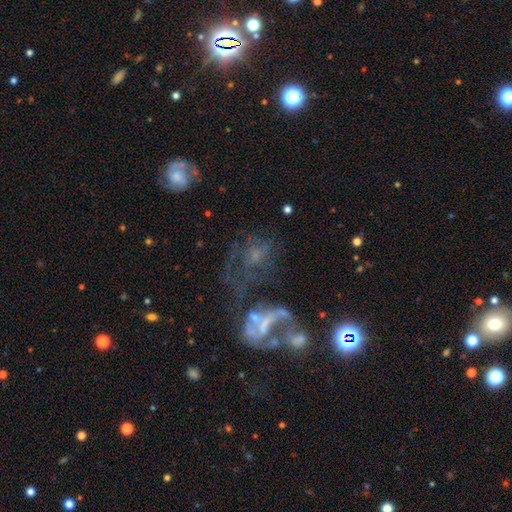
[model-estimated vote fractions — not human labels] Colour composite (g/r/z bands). It shows a featured or disk galaxy (59%) with no bar (66%), spiral arms (57%) and no central bulge (39%). Merging: major disturbance (33%).